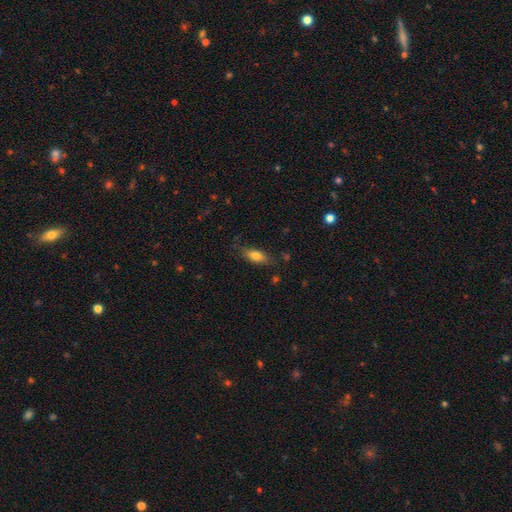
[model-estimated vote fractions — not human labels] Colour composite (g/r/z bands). It shows a smooth galaxy with no disk features (76%) that is in between round and cigar-shaped (74%). Merging: none (73%).